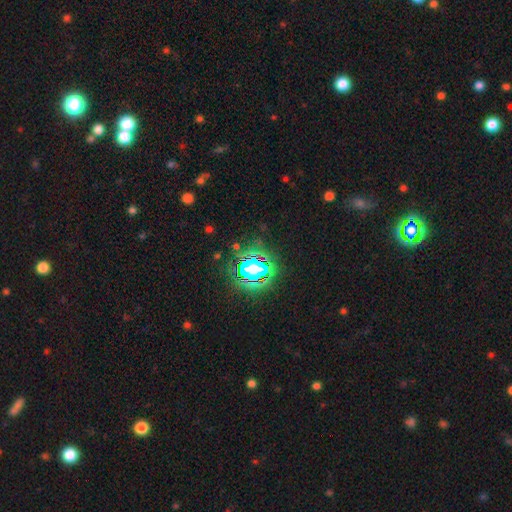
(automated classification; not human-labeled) Overall: star or artifact (81%).